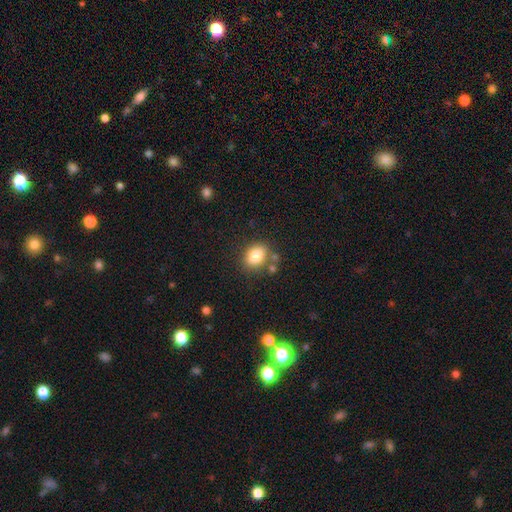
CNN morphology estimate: A smooth galaxy with no disk features (83%) that is in between round and cigar-shaped (62%).

Vote fractions:
- Smooth or featured? smooth: 83% / star or artifact: 9% / featured or disk: 7%
- How rounded? in between: 62% / round: 36% / cigar-shaped: 1%
- Merging? none: 70% / minor disturbance: 15% / merger: 10% / major disturbance: 5%